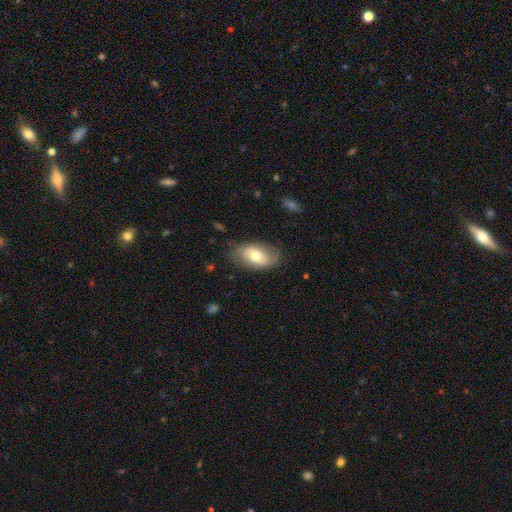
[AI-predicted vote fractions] This appears to be a smooth galaxy with no disk features (64%) that is in between round and cigar-shaped (93%). Merging: none (75%).